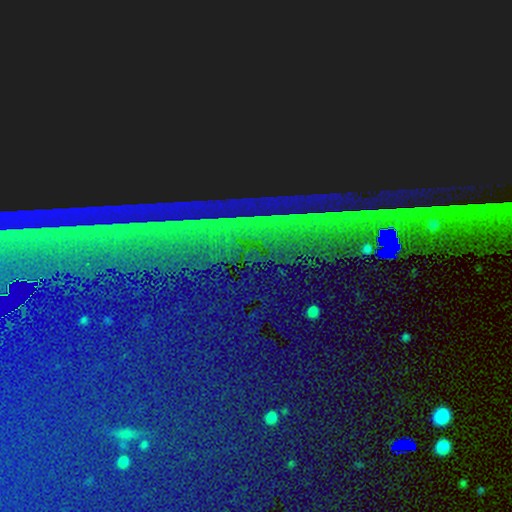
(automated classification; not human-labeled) Morphology: type=star or artifact (87%).